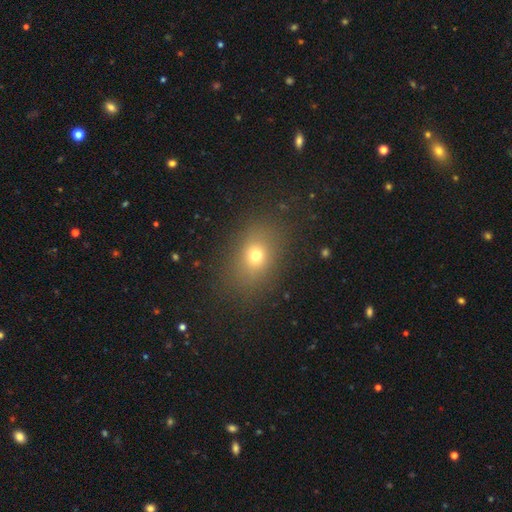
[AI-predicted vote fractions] A smooth galaxy with no disk features (70%) that is in between round and cigar-shaped (61%). Merging: none (82%).